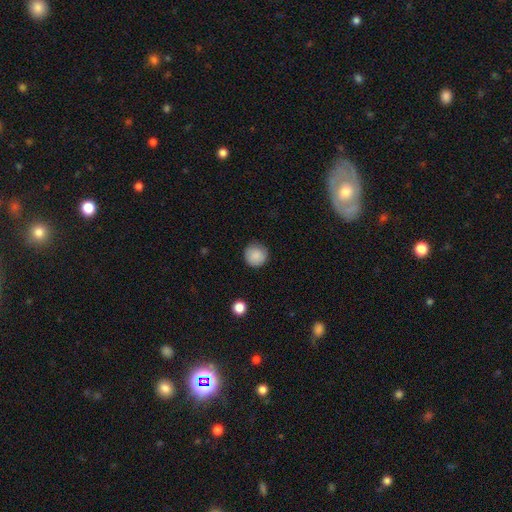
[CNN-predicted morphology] Q: Smooth or featured?
A: smooth (87%); runner-up: star or artifact (8%)
Q: How rounded?
A: round (95%); runner-up: in between (4%)
Q: Merging?
A: none (85%); runner-up: minor disturbance (11%)